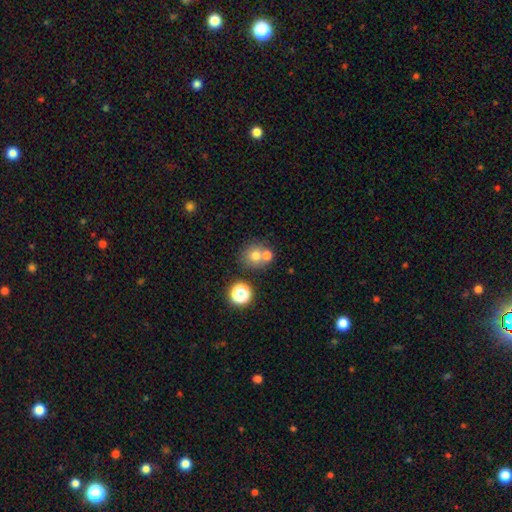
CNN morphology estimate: A smooth galaxy with no disk features (72%) that is round (84%).

Vote fractions:
- Smooth or featured? smooth: 72% / star or artifact: 14% / featured or disk: 13%
- How rounded? round: 84% / in between: 15% / cigar-shaped: 1%
- Merging? none: 52% / merger: 37% / minor disturbance: 8% / major disturbance: 3%